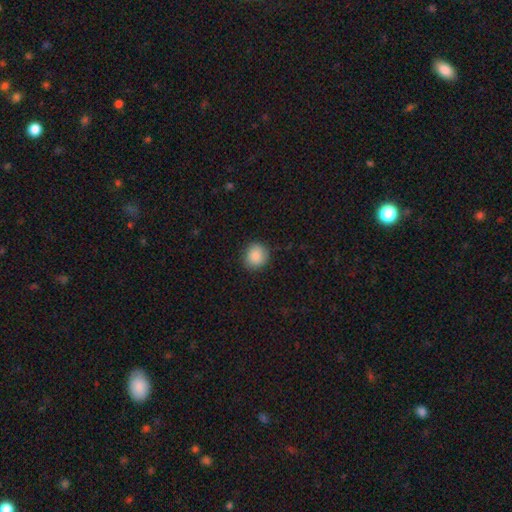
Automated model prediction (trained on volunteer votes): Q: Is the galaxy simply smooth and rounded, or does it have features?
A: smooth — 88%.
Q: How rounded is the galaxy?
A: round — 85%.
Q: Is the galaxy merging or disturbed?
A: none — 86%.